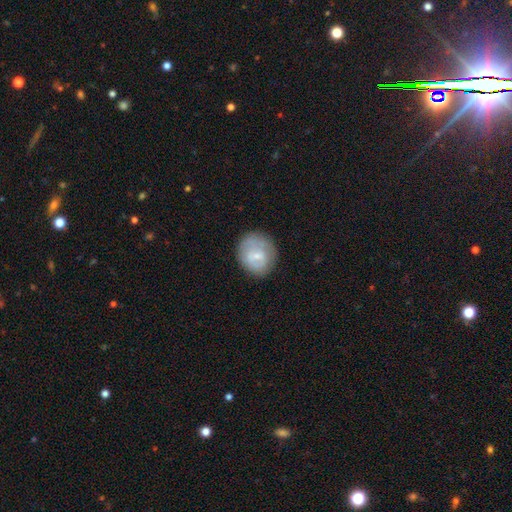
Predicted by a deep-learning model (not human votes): This is possibly a smooth galaxy (52%). How rounded: likely round (74%). Merging: likely none (71%).